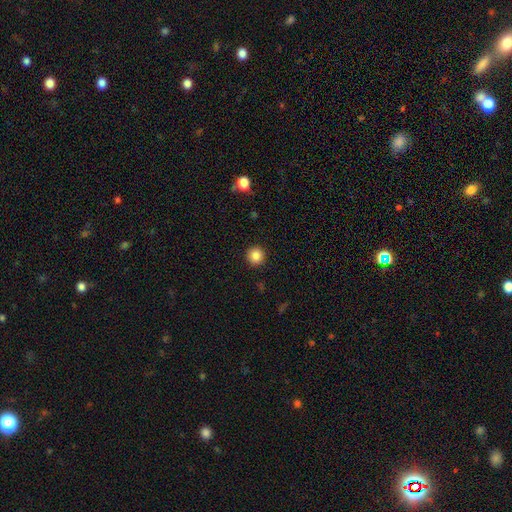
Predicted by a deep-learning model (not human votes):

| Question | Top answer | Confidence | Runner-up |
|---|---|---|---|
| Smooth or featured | smooth | 85% | star or artifact (11%) |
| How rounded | round | 95% | in between (4%) |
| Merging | none | 93% | minor disturbance (5%) |